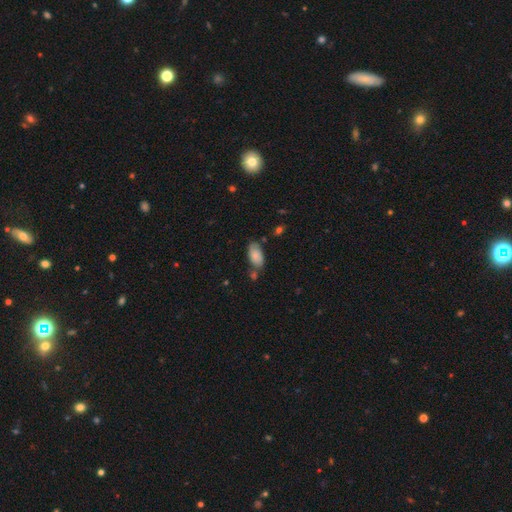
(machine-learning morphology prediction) smooth_or_featured: smooth (p=0.79) [alt: featured or disk p=0.14]
how_rounded: in between (p=0.93) [alt: cigar-shaped p=0.04]
merging: none (p=0.61) [alt: minor disturbance p=0.21]